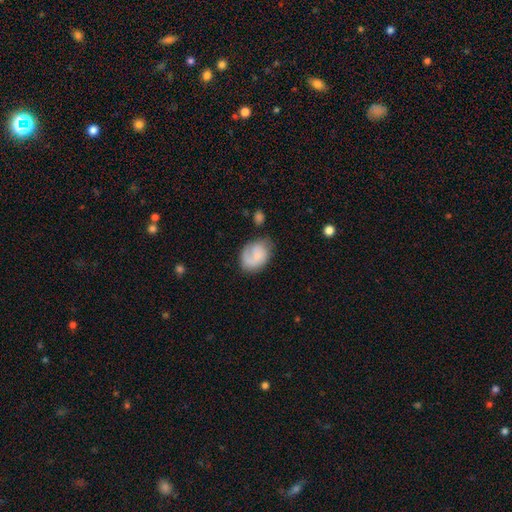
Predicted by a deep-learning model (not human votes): Smooth or featured?
  - smooth: 54% *
  - featured or disk: 39%
  - star or artifact: 7%
How rounded?
  - in between: 65% *
  - round: 34%
  - cigar-shaped: 1%
Merging?
  - none: 56% *
  - minor disturbance: 26%
  - major disturbance: 14%
  - merger: 4%